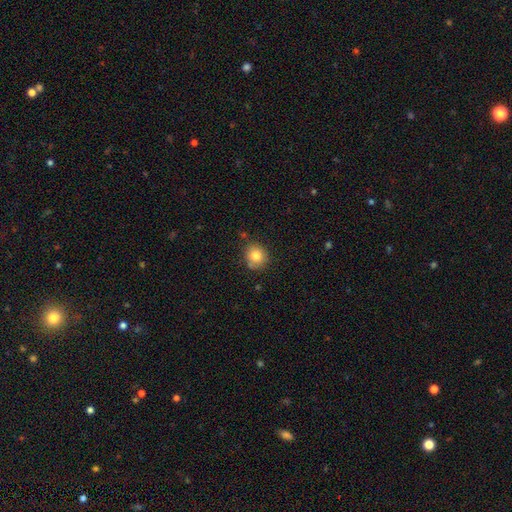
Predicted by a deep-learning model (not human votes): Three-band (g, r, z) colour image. It shows a smooth galaxy with no disk features (82%) that is round (81%). Merging: none (79%).